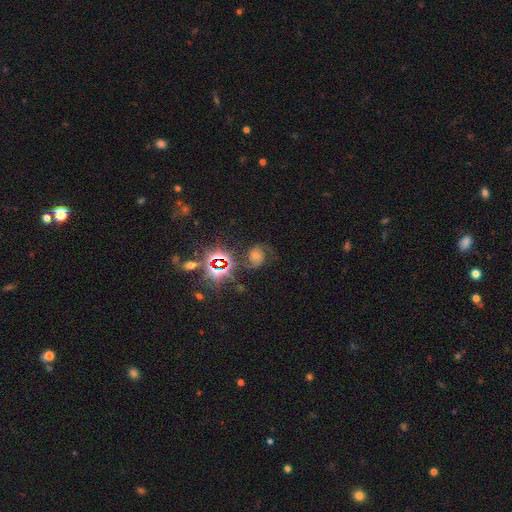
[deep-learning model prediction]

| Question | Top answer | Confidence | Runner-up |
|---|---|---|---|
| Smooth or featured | featured or disk | 54% | star or artifact (30%) |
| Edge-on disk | no | 96% | yes (4%) |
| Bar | no | 71% | weak (21%) |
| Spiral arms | yes | 89% | no (11%) |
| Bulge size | moderate | 55% | small (33%) |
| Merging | none | 60% | minor disturbance (20%) |